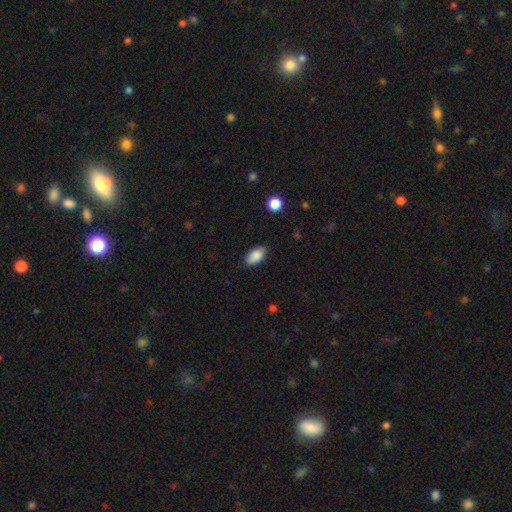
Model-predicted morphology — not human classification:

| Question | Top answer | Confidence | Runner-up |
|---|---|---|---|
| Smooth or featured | smooth | 87% | star or artifact (7%) |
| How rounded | in between | 93% | round (5%) |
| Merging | none | 82% | minor disturbance (14%) |